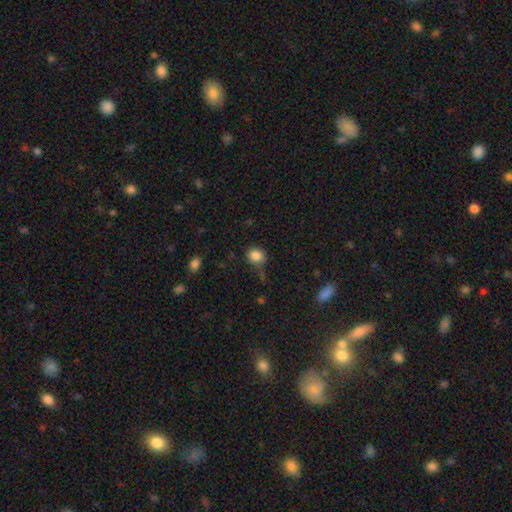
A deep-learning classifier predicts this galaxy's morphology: Smooth or featured? smooth (84%)
How rounded? round (72%)
Merging? none (73%)